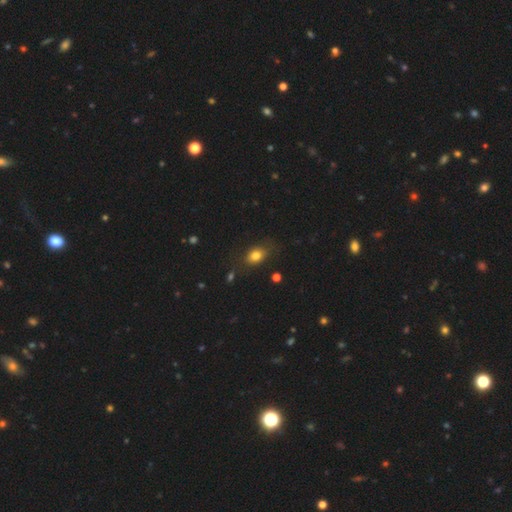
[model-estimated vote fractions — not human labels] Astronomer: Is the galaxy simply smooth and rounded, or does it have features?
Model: smooth — 79%.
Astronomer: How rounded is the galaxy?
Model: in between — 70%.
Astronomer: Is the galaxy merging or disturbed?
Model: none — 75%.